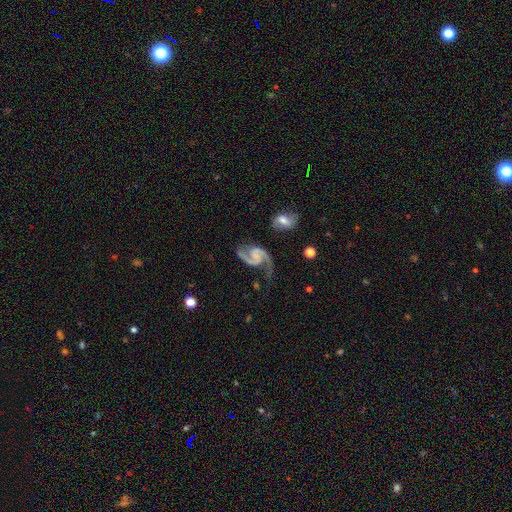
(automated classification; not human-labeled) Smooth or featured? Predicted: featured or disk (p=0.92). Edge-on disk? Predicted: no (p=0.98). Bar? Predicted: no (p=0.49). Spiral arms? Predicted: yes (p=0.98). Spiral winding? Predicted: medium (p=0.51). Spiral arm count? Predicted: 2 (p=0.93). Bulge size? Predicted: none (p=0.59). Merging? Predicted: none (p=0.65).